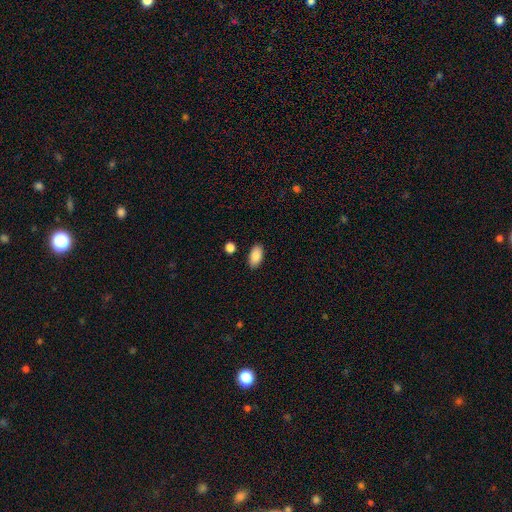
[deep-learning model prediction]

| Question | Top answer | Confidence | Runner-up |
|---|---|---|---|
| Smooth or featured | smooth | 88% | star or artifact (7%) |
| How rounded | in between | 93% | cigar-shaped (3%) |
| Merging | none | 87% | minor disturbance (9%) |